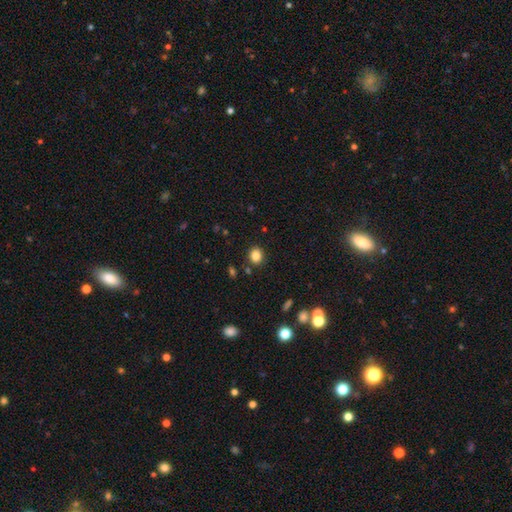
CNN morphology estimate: smooth-or-featured: smooth: 84% | star or artifact: 11% | featured or disk: 5%
  how-rounded: round: 68% | in between: 31% | cigar-shaped: 1%
  merging: none: 86% | minor disturbance: 8% | merger: 3% | major disturbance: 3%